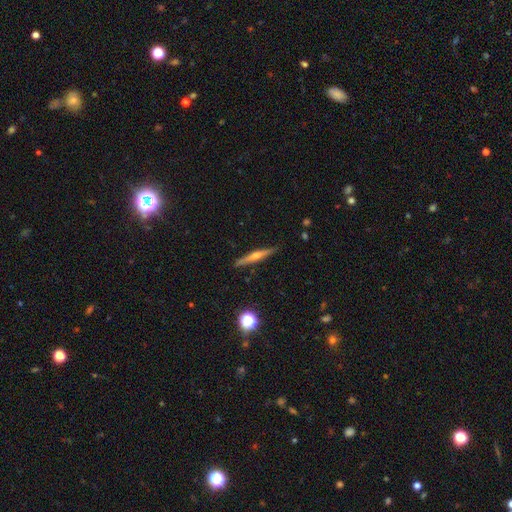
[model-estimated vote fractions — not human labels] The model was most divided on "smooth or featured": featured or disk: 67%, smooth: 26%, star or artifact: 7%. More confident: edge-on disk — yes (97%); merging — none (90%); edge-on bulge — rounded (81%).